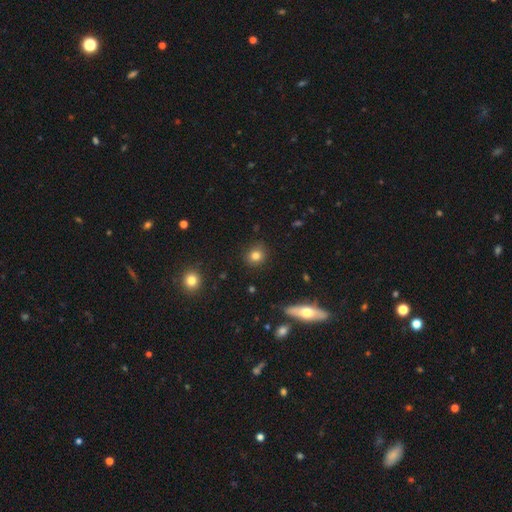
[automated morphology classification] Smooth or featured? smooth (81%)
How rounded? round (84%)
Merging? none (88%)